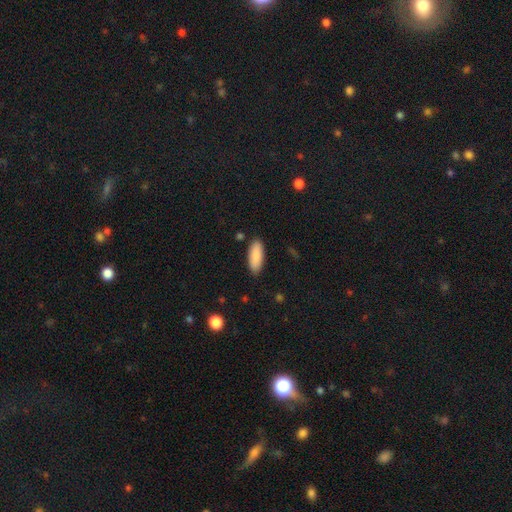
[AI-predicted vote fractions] Smooth or featured: smooth — 89% (star or artifact — 6%)
How rounded: in between — 76% (cigar-shaped — 23%)
Merging: none — 87% (minor disturbance — 10%)